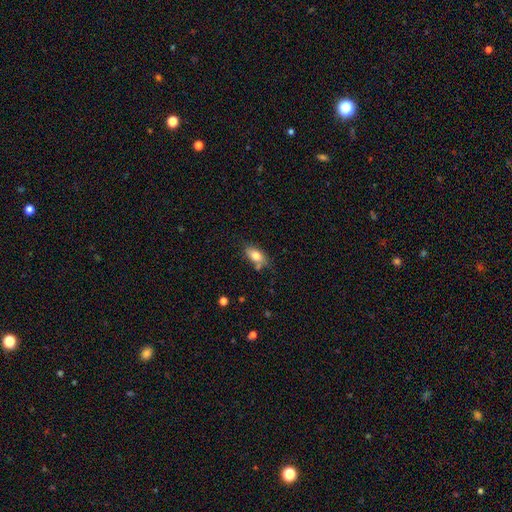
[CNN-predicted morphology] This is likely a smooth galaxy (78%). How rounded: clearly in between (88%). Merging: likely none (63%).